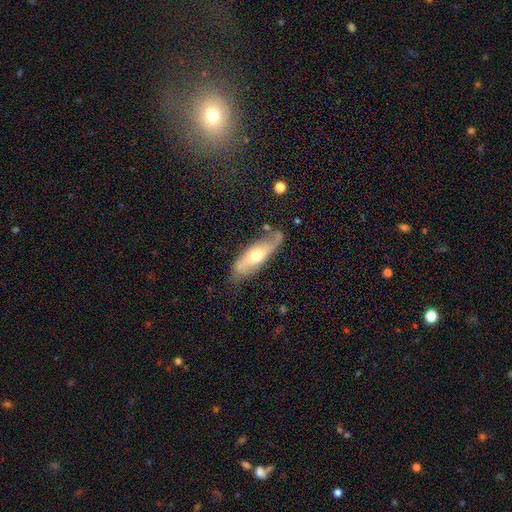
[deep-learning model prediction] Smooth or featured? Predicted: smooth (p=0.47, tied with featured or disk). Merging? Predicted: none (p=0.66).